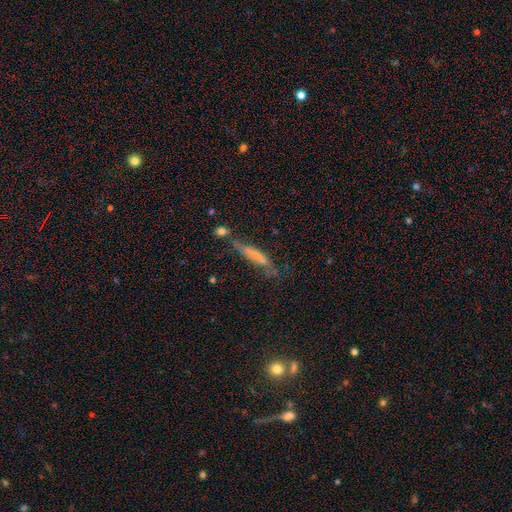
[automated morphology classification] smooth 52%, featured or disk 38%, star or artifact 11%. Down the decision tree: how rounded — cigar-shaped (86%); merging — none (51%).